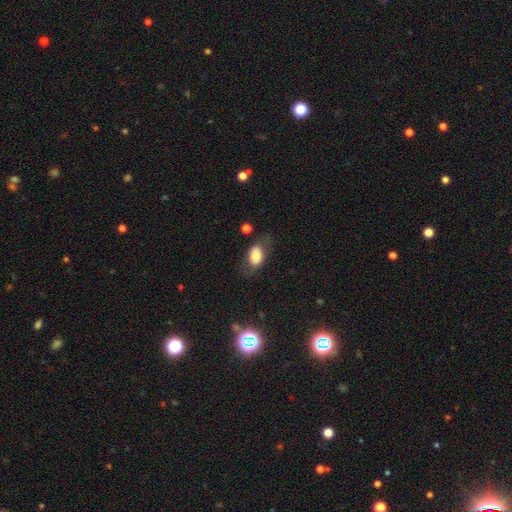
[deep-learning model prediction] smooth 75%, featured or disk 17%, star or artifact 8%. Down the decision tree: how rounded — in between (87%); merging — none (66%).